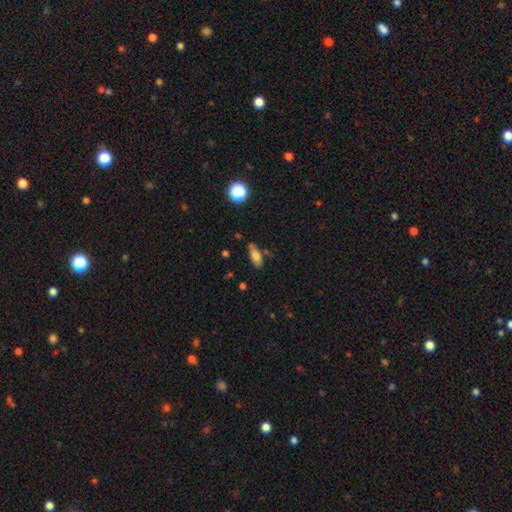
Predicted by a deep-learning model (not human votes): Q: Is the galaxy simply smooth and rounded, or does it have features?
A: smooth — 75%.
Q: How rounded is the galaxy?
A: in between — 72%.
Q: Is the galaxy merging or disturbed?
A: none — 61%.